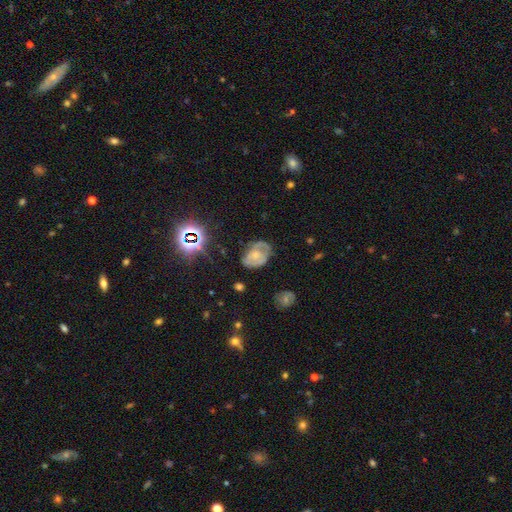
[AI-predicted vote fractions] Smooth or featured? featured or disk (48%)
Merging? none (52%)